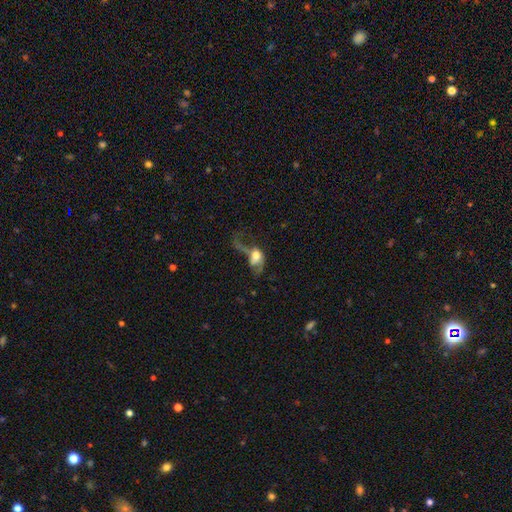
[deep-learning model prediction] Smooth or featured?
  - featured or disk: 49% *
  - smooth: 41%
  - star or artifact: 10%
Merging?
  - major disturbance: 57% *
  - merger: 18%
  - none: 15%
  - minor disturbance: 10%